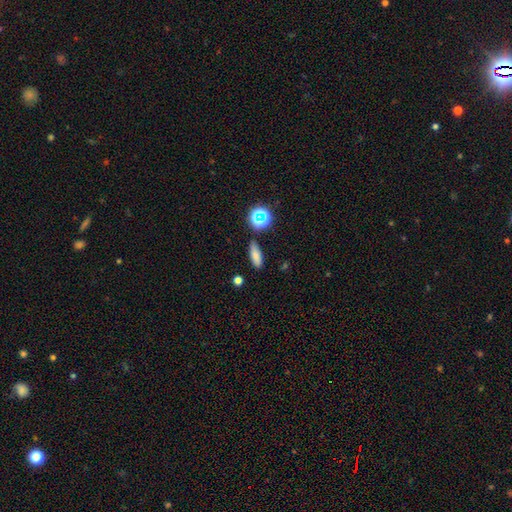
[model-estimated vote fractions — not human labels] smooth-or-featured: smooth: 75% | star or artifact: 15% | featured or disk: 11%
  how-rounded: in between: 65% | cigar-shaped: 28% | round: 7%
  merging: none: 79% | minor disturbance: 13% | merger: 4% | major disturbance: 3%